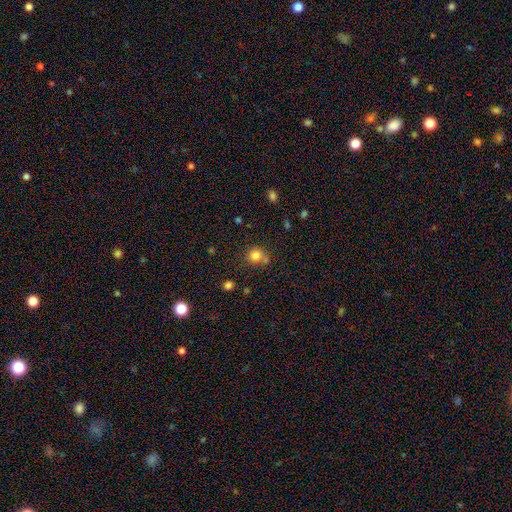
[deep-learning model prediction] smooth 80%, star or artifact 13%, featured or disk 7%. Down the decision tree: how rounded — round (83%); merging — none (64%).